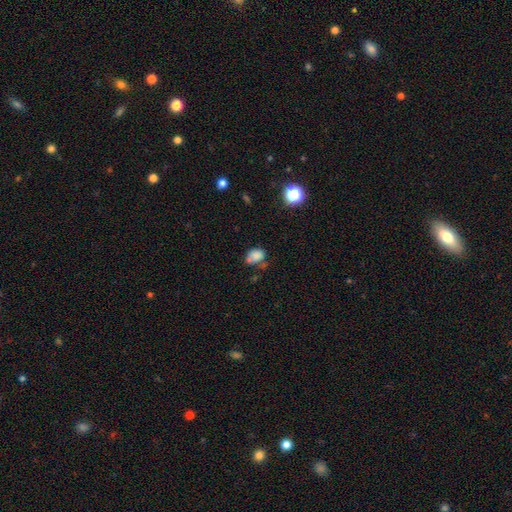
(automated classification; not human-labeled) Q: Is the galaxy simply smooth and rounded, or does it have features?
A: smooth — 78%.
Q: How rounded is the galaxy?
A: in between — 62%.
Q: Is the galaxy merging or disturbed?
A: none — 43%.